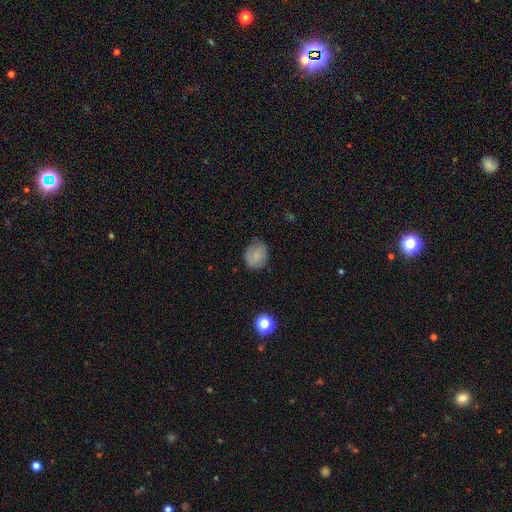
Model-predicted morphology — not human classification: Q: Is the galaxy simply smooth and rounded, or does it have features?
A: smooth — 77%.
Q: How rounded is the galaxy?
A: round — 65%.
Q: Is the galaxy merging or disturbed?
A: none — 71%.